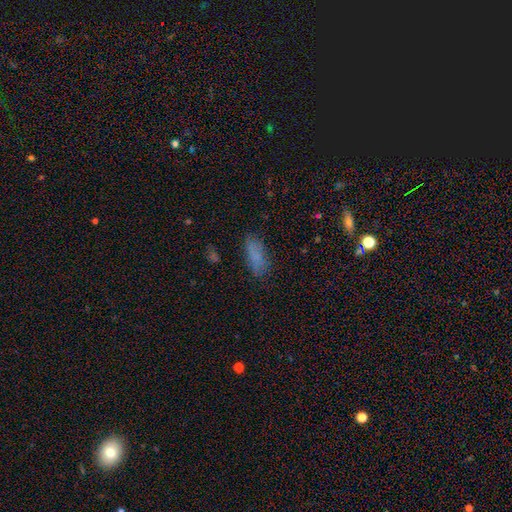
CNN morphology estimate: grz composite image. It shows a smooth galaxy with no disk features (75%) that is in between round and cigar-shaped (74%). Merging: none (75%).